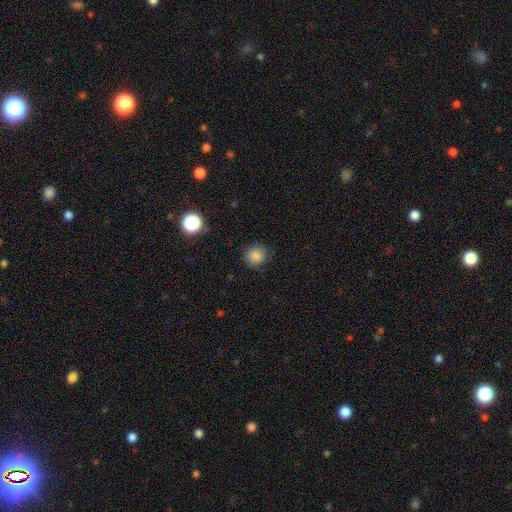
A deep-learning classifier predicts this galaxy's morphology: Q: Smooth or featured?
A: smooth (84%); runner-up: star or artifact (12%)
Q: How rounded?
A: round (89%); runner-up: in between (10%)
Q: Merging?
A: none (84%); runner-up: minor disturbance (12%)